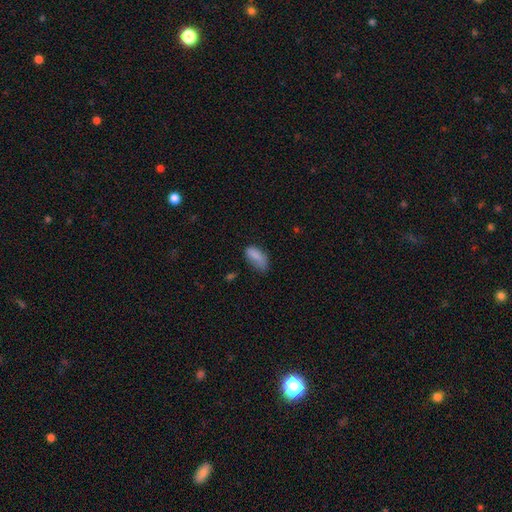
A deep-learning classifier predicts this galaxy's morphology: type=smooth (84%); roundness=in between (89%); merging=none (50%).